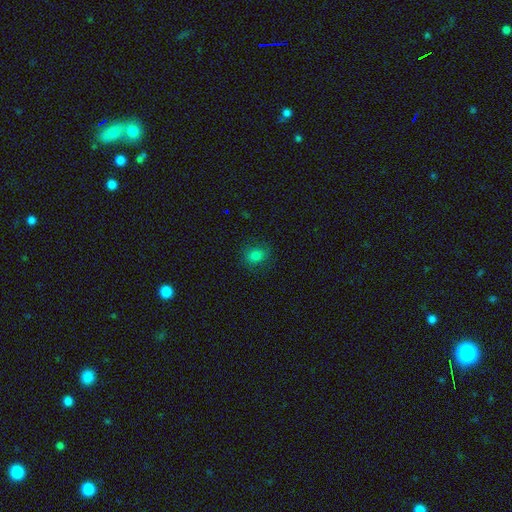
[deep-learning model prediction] Smooth or featured: smooth — 80% (star or artifact — 15%)
How rounded: round — 61% (in between — 38%)
Merging: none — 84% (minor disturbance — 11%)